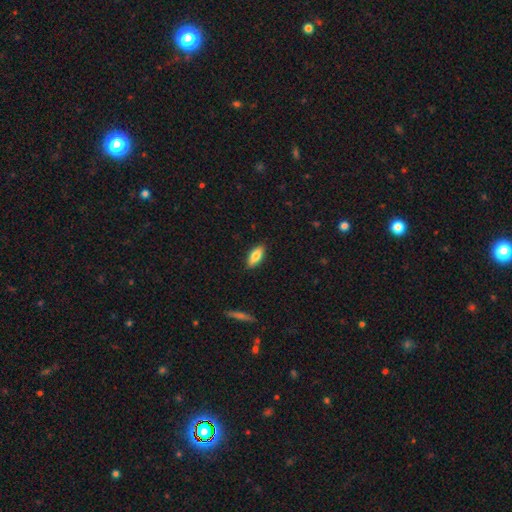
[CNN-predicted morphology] Smooth or featured? smooth (79%)
How rounded? in between (74%)
Merging? none (88%)